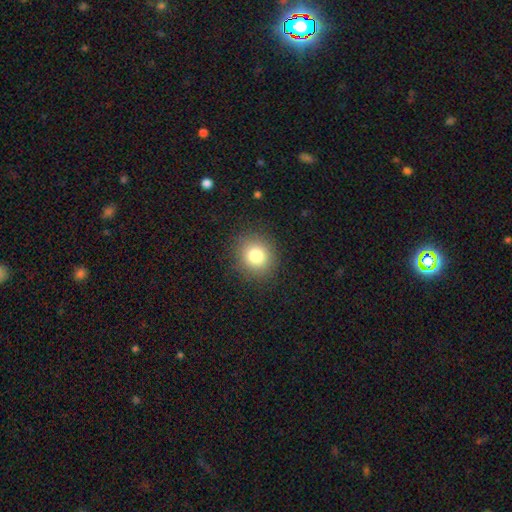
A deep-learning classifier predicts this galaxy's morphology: Smooth or featured: smooth — 81% (star or artifact — 11%)
How rounded: round — 80% (in between — 19%)
Merging: none — 88% (minor disturbance — 8%)